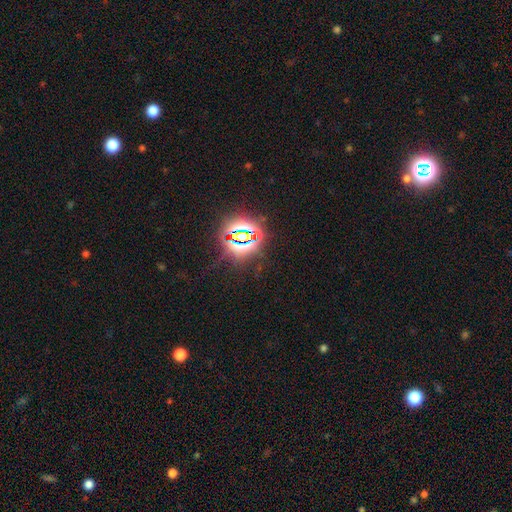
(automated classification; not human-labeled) This is clearly a star or artifact rather than a galaxy (83%).